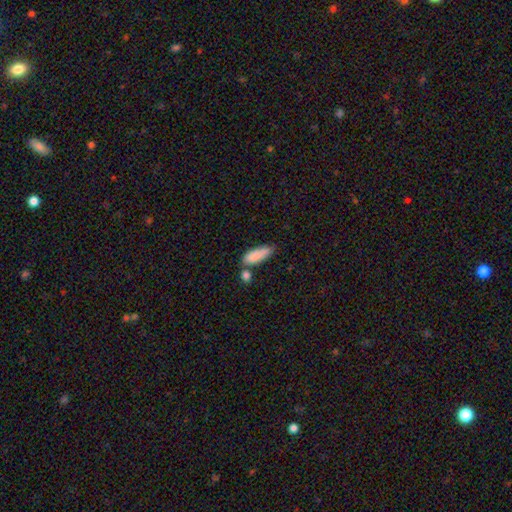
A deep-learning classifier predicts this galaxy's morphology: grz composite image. It shows a smooth galaxy with no disk features (85%) that is in between round and cigar-shaped (65%). Merging: none (53%).